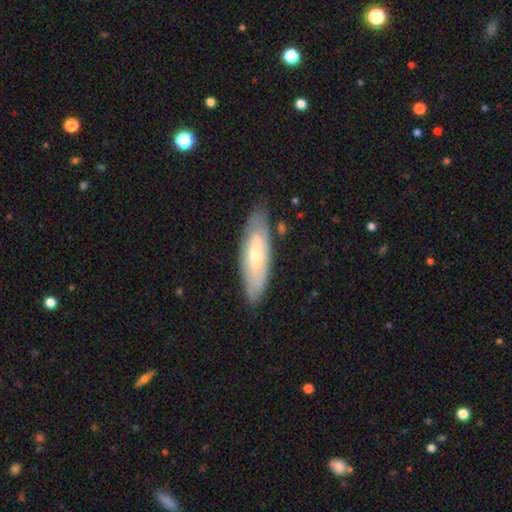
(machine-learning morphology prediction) smooth_or_featured: featured or disk (p=0.48) [alt: smooth p=0.46]
merging: none (p=0.79) [alt: minor disturbance p=0.15]